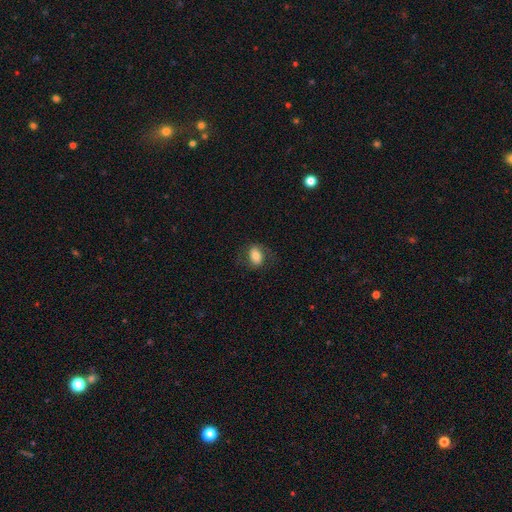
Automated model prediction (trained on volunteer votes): A smooth galaxy with no disk features (73%) that is in between round and cigar-shaped (81%). Merging: none (74%).